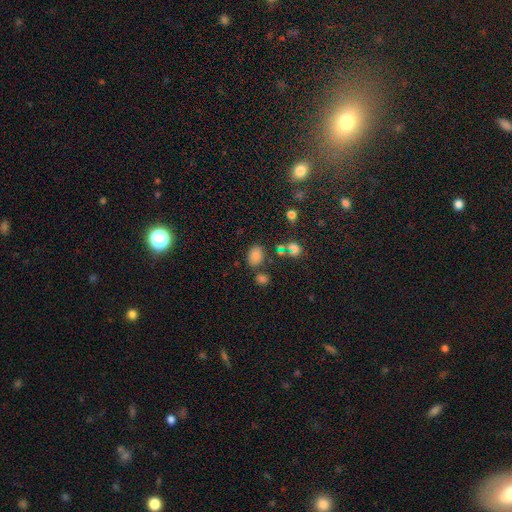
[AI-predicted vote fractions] Smooth or featured? smooth (77%)
How rounded? in between (76%)
Merging? none (72%)